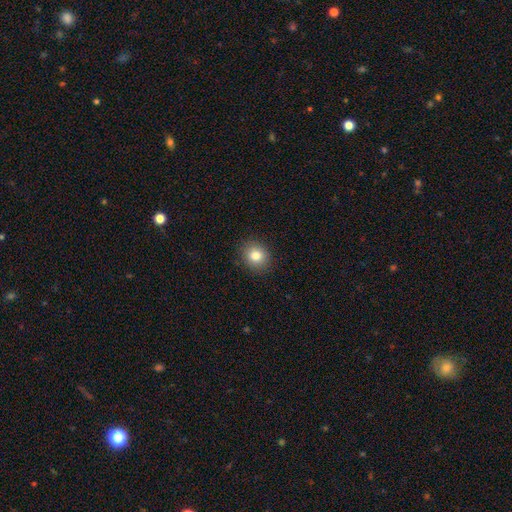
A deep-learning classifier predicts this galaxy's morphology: This is clearly a smooth galaxy (81%). How rounded: likely round (72%). Merging: clearly none (89%).